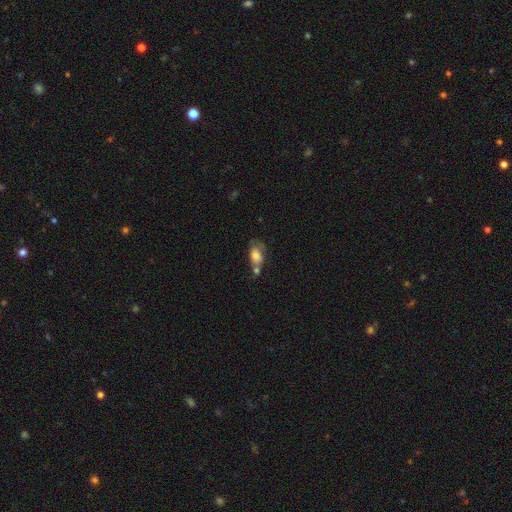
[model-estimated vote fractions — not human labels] This is likely a smooth galaxy (71%). How rounded: clearly in between (87%). Merging: marginally merger (32%).